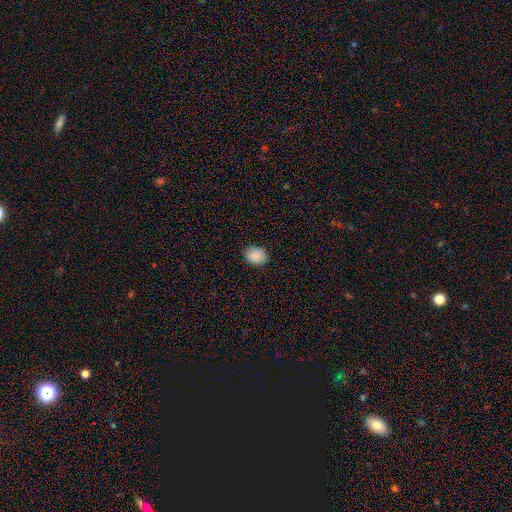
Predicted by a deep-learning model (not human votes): Morphology: type=smooth (89%); roundness=round (53%); merging=none (88%).